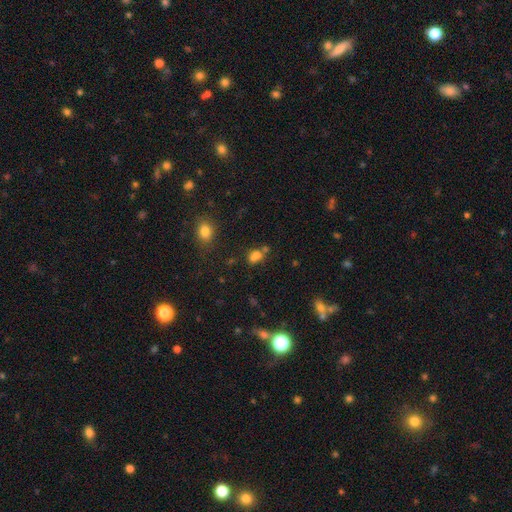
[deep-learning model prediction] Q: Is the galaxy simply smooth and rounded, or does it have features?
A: smooth — 70%.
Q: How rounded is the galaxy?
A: in between — 59%.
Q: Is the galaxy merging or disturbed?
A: none — 42%.